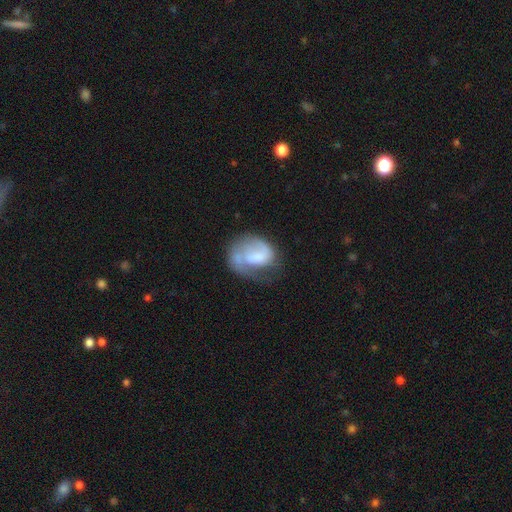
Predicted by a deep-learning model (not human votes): smooth_or_featured: featured or disk (p=0.58) [alt: smooth p=0.35]
disk_edge_on: no (p=0.98) [alt: yes p=0.02]
bar: no (p=0.55) [alt: weak p=0.35]
has_spiral_arms: yes (p=0.77) [alt: no p=0.23]
bulge_size: none (p=0.31) [alt: small p=0.27]
merging: none (p=0.39) [alt: major disturbance p=0.30]